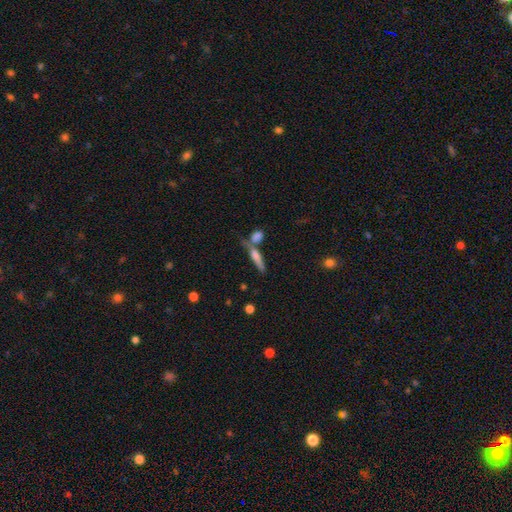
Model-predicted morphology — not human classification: A smooth galaxy with no disk features (59%) that is cigar-shaped (72%). Merging: none (44%).